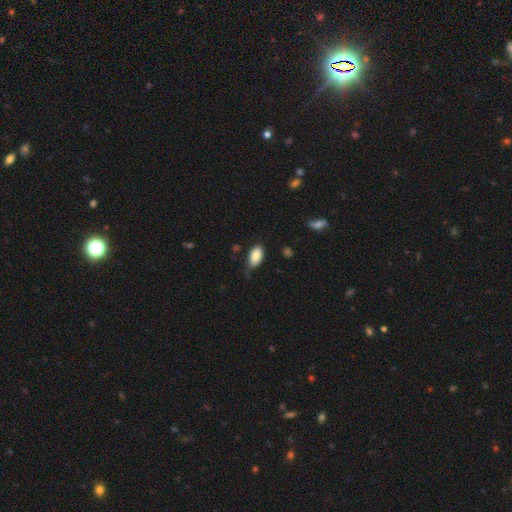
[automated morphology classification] smooth 86%, featured or disk 7%, star or artifact 7%. Down the decision tree: how rounded — in between (93%); merging — none (66%).